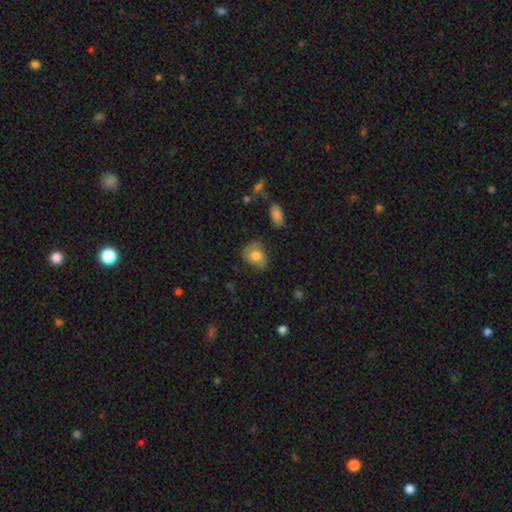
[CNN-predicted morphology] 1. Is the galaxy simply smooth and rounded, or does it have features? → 70% smooth, 22% featured or disk, 8% star or artifact.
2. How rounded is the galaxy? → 61% in between, 38% round, 1% cigar-shaped.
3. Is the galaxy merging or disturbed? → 56% none, 30% minor disturbance, 11% major disturbance, 3% merger.